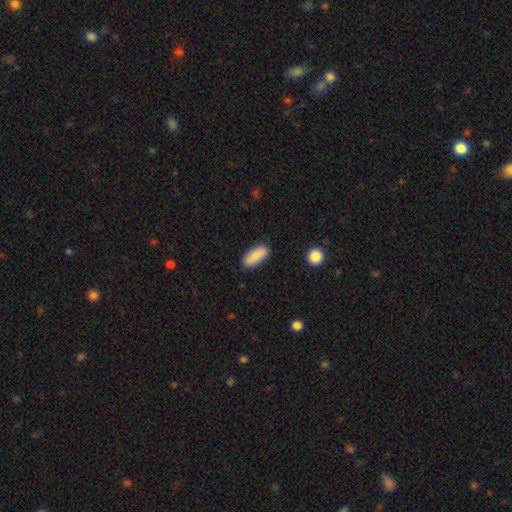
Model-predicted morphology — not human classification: A smooth galaxy with no disk features (87%) that is in between round and cigar-shaped (80%).

Vote fractions:
- Smooth or featured? smooth: 87% / star or artifact: 6% / featured or disk: 6%
- How rounded? in between: 80% / cigar-shaped: 18% / round: 2%
- Merging? none: 86% / minor disturbance: 10% / major disturbance: 2% / merger: 2%